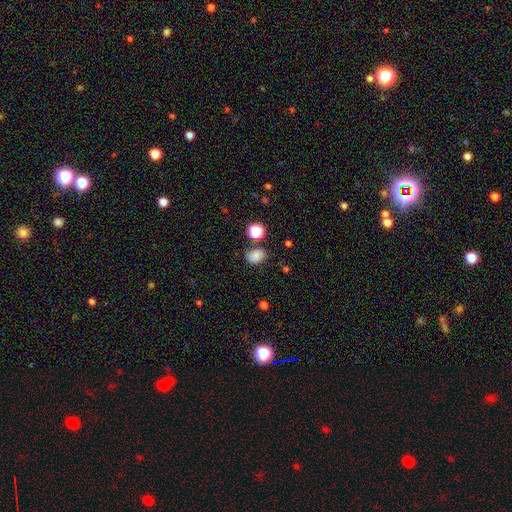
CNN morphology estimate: Q: Smooth or featured?
A: smooth (69%); runner-up: featured or disk (16%)
Q: How rounded?
A: in between (59%); runner-up: round (39%)
Q: Merging?
A: none (66%); runner-up: minor disturbance (21%)